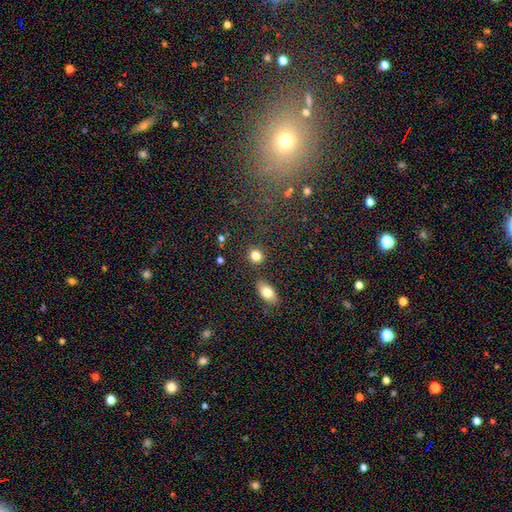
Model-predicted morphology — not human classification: This appears to be a smooth galaxy with no disk features (82%) that is round (79%). Merging: none (83%).